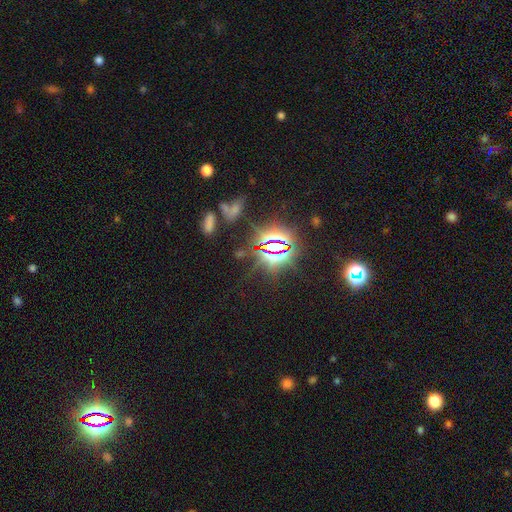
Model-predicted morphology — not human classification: Smooth or featured: star or artifact — 76% (smooth — 17%)